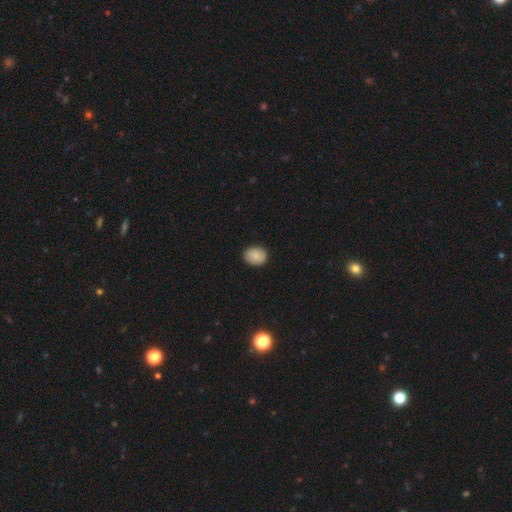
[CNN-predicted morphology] type=smooth (86%); roundness=round (51%); merging=none (88%).